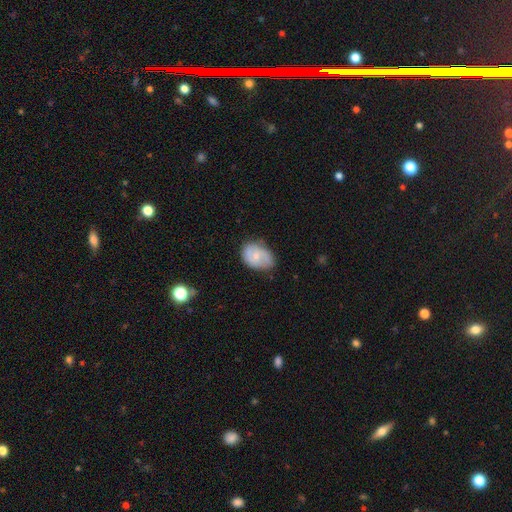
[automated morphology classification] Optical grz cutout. It shows a smooth galaxy with no disk features (47%). Merging: none (65%).